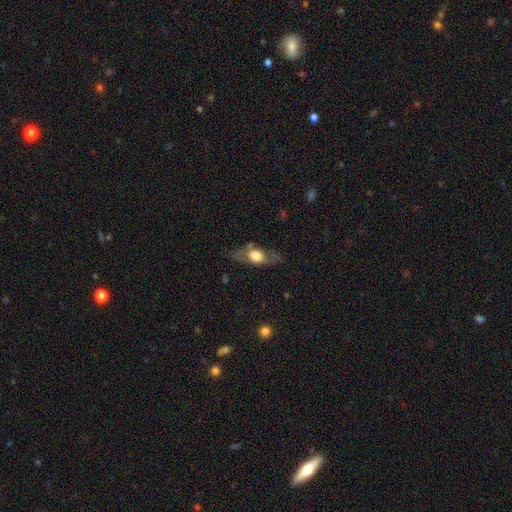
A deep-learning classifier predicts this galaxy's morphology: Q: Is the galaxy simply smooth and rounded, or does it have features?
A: smooth — 51%.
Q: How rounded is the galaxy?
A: in between — 64%.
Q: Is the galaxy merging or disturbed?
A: none — 72%.